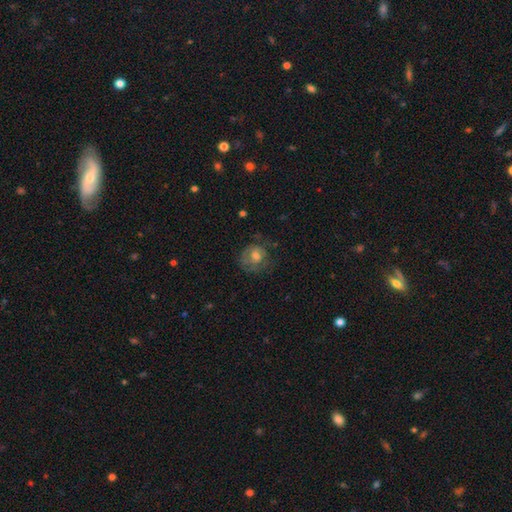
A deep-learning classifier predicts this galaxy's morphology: A smooth galaxy with no disk features (48%).

Vote fractions:
- Smooth or featured? smooth: 48% / featured or disk: 41% / star or artifact: 10%
- Merging? none: 61% / minor disturbance: 22% / major disturbance: 15% / merger: 1%